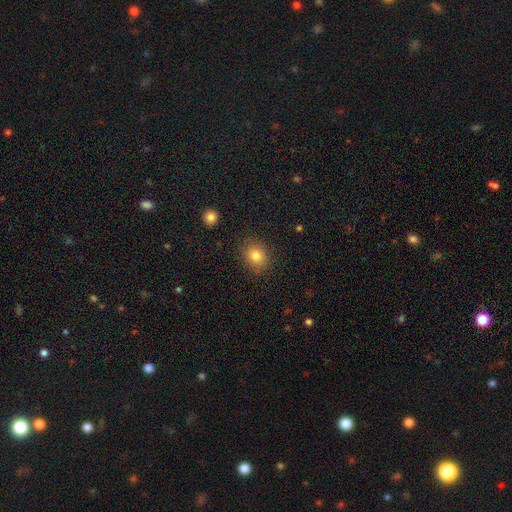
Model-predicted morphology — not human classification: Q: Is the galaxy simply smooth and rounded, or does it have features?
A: smooth — 83%.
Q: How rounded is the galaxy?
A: round — 62%.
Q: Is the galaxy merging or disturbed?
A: none — 85%.